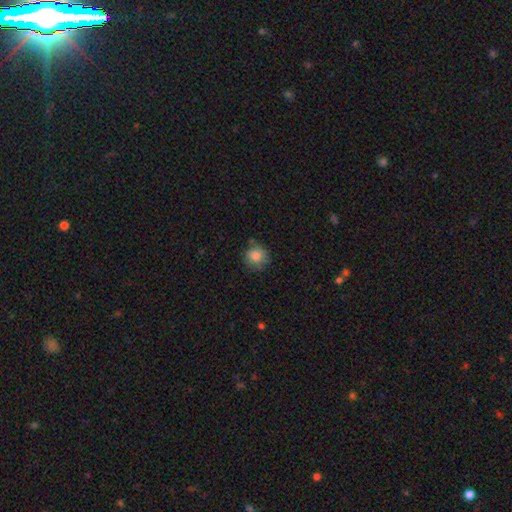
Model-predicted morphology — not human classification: Q: Smooth or featured?
A: smooth (81%); runner-up: featured or disk (10%)
Q: How rounded?
A: round (86%); runner-up: in between (13%)
Q: Merging?
A: none (67%); runner-up: minor disturbance (23%)